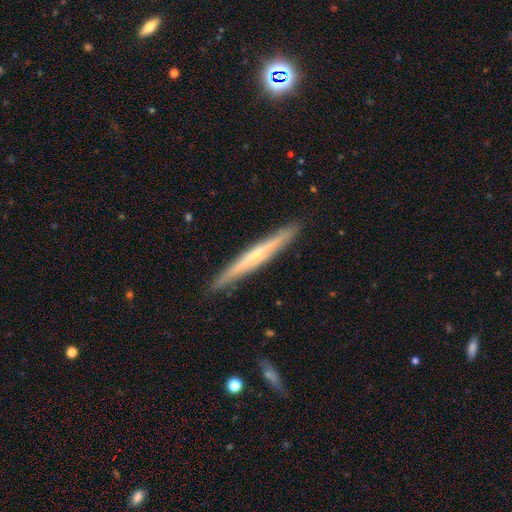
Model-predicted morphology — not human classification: A featured or disk galaxy (64%) viewed edge-on (96%) with a rounded central bulge (55%). Merging: none (91%).